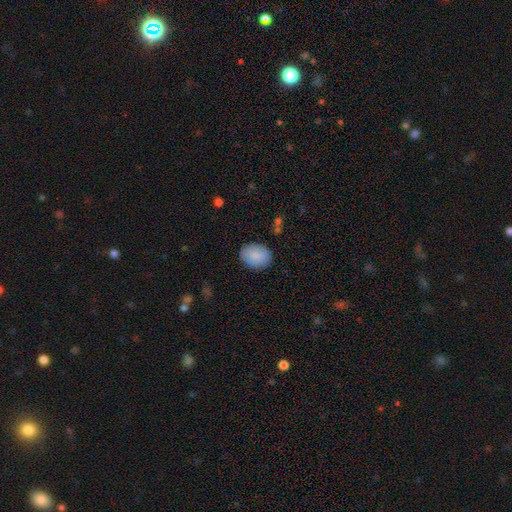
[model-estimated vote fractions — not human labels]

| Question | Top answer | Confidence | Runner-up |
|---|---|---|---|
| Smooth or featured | smooth | 85% | featured or disk (8%) |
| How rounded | in between | 65% | round (34%) |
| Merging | none | 85% | minor disturbance (12%) |